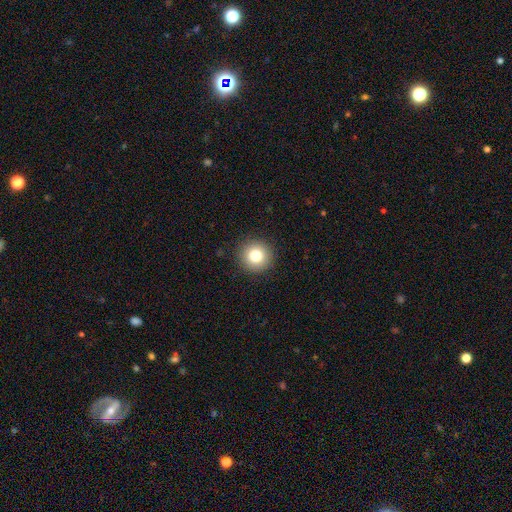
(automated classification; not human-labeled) smooth_or_featured: smooth (p=0.80) [alt: star or artifact p=0.11]
how_rounded: round (p=0.95) [alt: in between p=0.04]
merging: none (p=0.92) [alt: minor disturbance p=0.05]